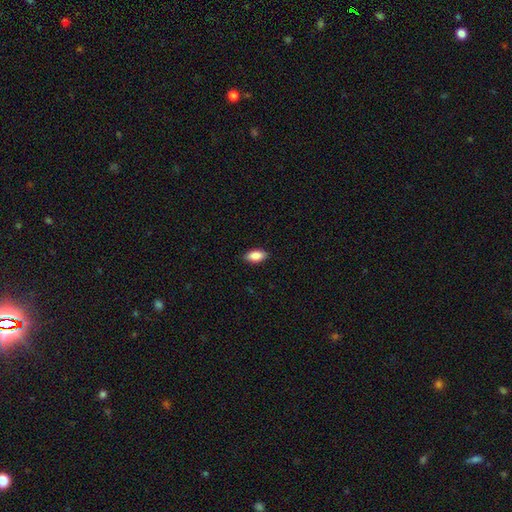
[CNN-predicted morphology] A smooth galaxy with no disk features (87%) that is in between round and cigar-shaped (91%). Merging: none (88%).